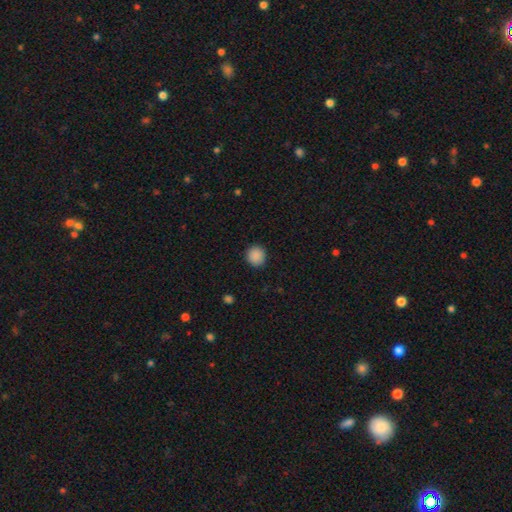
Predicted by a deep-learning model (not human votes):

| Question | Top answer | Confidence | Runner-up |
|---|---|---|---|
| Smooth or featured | smooth | 89% | star or artifact (9%) |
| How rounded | round | 92% | in between (7%) |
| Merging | none | 91% | minor disturbance (6%) |